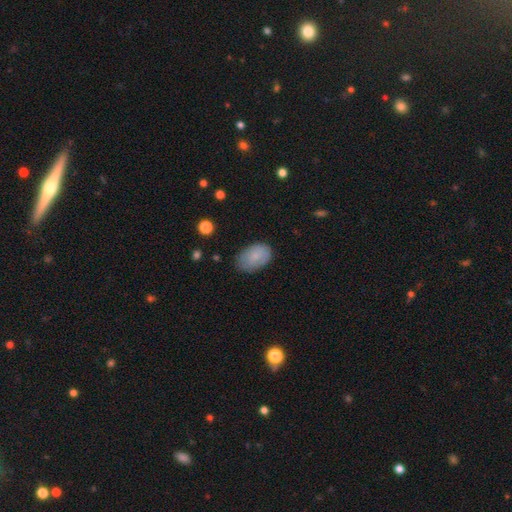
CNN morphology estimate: Smooth or featured: smooth — 80% (featured or disk — 12%)
How rounded: in between — 90% (round — 9%)
Merging: none — 72% (minor disturbance — 22%)